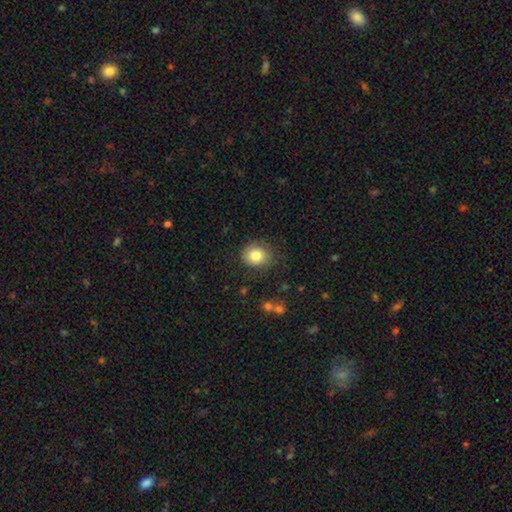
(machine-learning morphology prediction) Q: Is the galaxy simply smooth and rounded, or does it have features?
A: smooth — 83%.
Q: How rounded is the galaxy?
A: round — 66%.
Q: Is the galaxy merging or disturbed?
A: none — 81%.